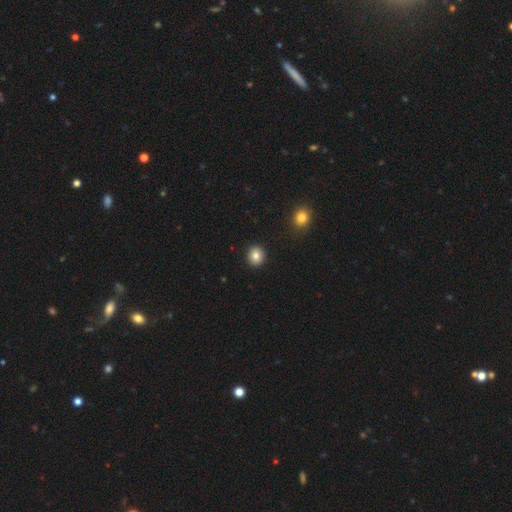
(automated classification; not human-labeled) Smooth or featured? Predicted: smooth (p=0.84). How rounded? Predicted: round (p=0.86). Merging? Predicted: none (p=0.92).